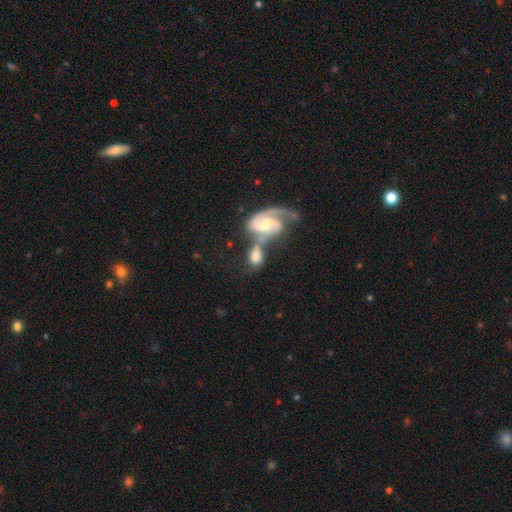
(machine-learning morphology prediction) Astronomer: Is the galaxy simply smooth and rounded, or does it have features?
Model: smooth — 46%, tied with featured or disk at 46%.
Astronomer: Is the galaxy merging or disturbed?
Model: merger — 56%.